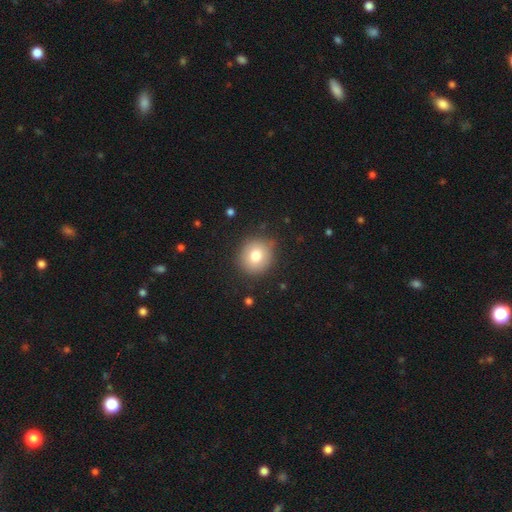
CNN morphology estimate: smooth-or-featured: smooth: 78% | featured or disk: 12% | star or artifact: 10%
  how-rounded: round: 85% | in between: 14% | cigar-shaped: 1%
  merging: none: 85% | minor disturbance: 11% | major disturbance: 3% | merger: 1%